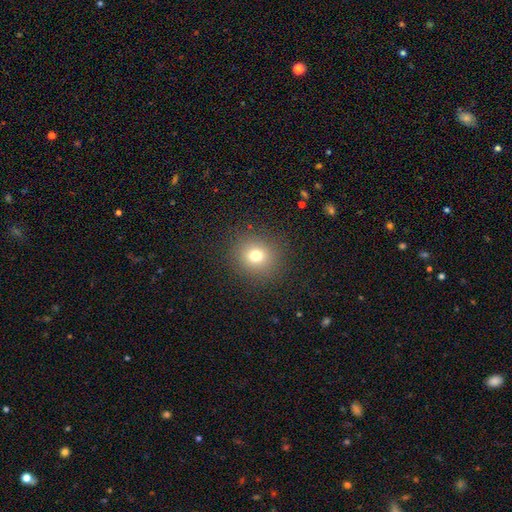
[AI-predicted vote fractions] Smooth or featured? Predicted: smooth (p=0.74). How rounded? Predicted: round (p=0.85). Merging? Predicted: none (p=0.89).